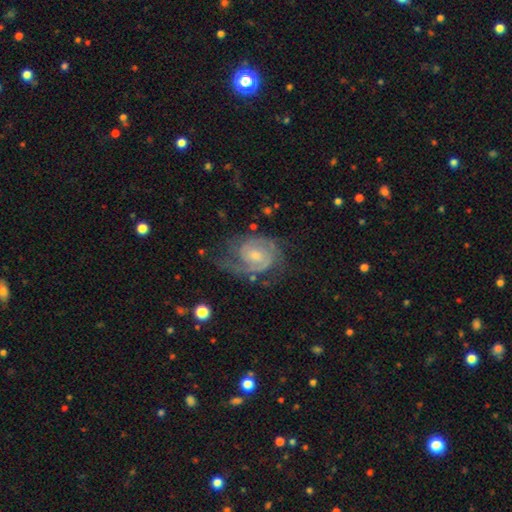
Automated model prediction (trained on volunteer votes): This is clearly a featured or disk galaxy (87%). It is clearly not viewed edge-on (98%). Bar: possibly no (58%). Spiral arm pattern: clearly yes (97%). Spiral arm count: likely 2 (75%). Spiral winding: possibly tight (52%). Central bulge: possibly moderate (46%). Merging: likely none (63%).